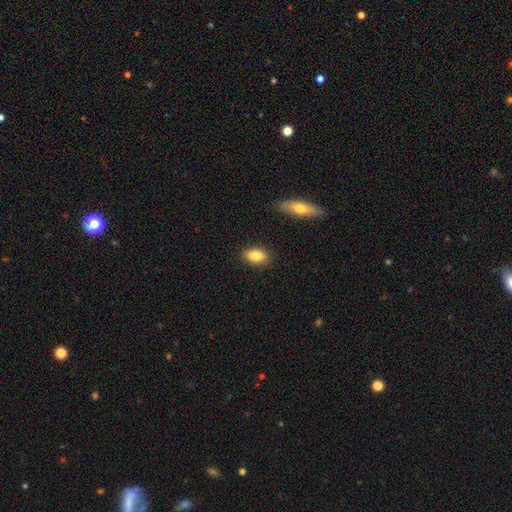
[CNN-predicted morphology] smooth_or_featured: smooth (p=0.86) [alt: featured or disk p=0.07]
how_rounded: in between (p=0.89) [alt: round p=0.07]
merging: none (p=0.87) [alt: minor disturbance p=0.09]